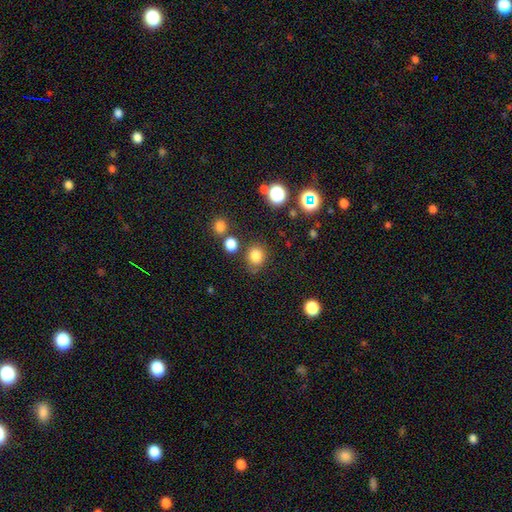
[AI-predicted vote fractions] smooth_or_featured: smooth (p=0.81) [alt: star or artifact p=0.13]
how_rounded: round (p=0.71) [alt: in between p=0.28]
merging: none (p=0.73) [alt: minor disturbance p=0.15]